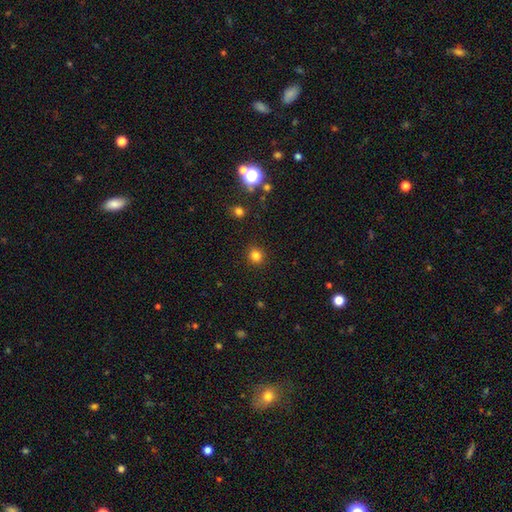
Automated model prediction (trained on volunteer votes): This appears to be a smooth galaxy with no disk features (81%) that is round (84%). Merging: none (91%).